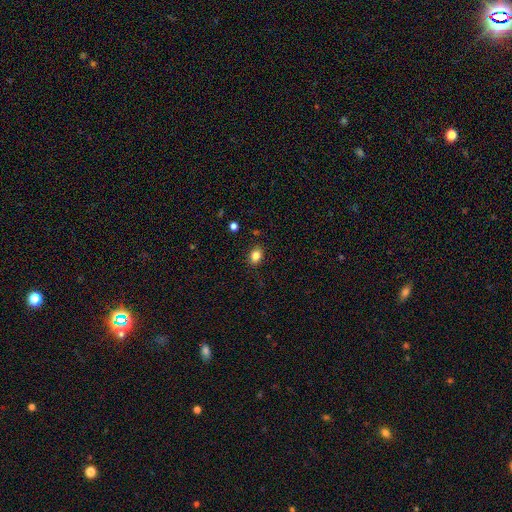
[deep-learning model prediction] A smooth galaxy with no disk features (84%) that is in between round and cigar-shaped (66%).

Vote fractions:
- Smooth or featured? smooth: 84% / star or artifact: 11% / featured or disk: 6%
- How rounded? in between: 66% / round: 33% / cigar-shaped: 1%
- Merging? none: 86% / minor disturbance: 10% / major disturbance: 2% / merger: 1%